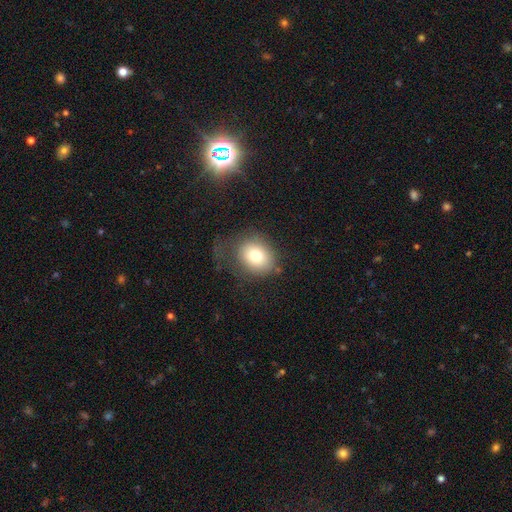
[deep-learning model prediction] Overall: smooth (77%). How rounded: round (58%; in between 41%). Merging: none (62%).